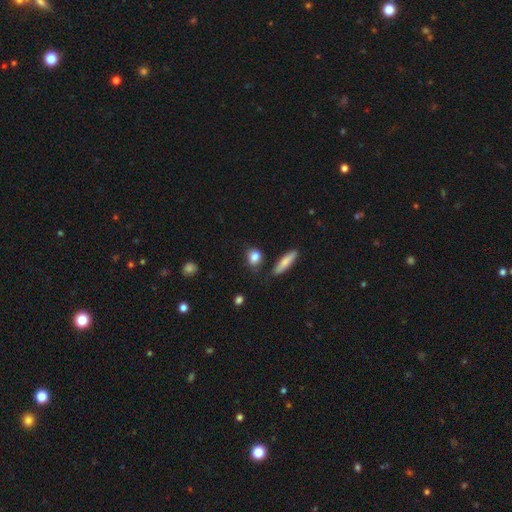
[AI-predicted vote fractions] smooth 85%, star or artifact 8%, featured or disk 7%. Down the decision tree: how rounded — round (48%); merging — none (75%).